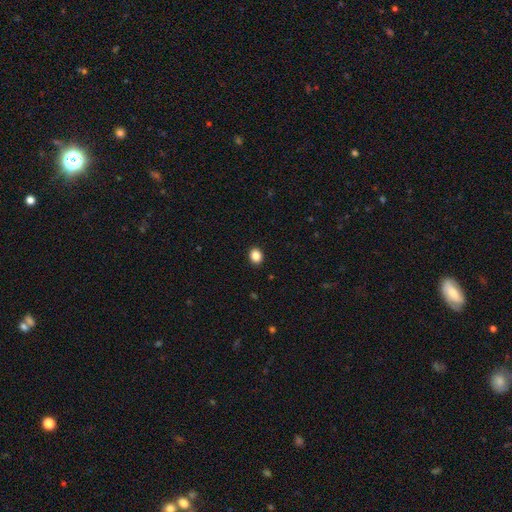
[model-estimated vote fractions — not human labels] Smooth or featured? Predicted: smooth (p=0.87). How rounded? Predicted: round (p=0.53). Merging? Predicted: none (p=0.92).